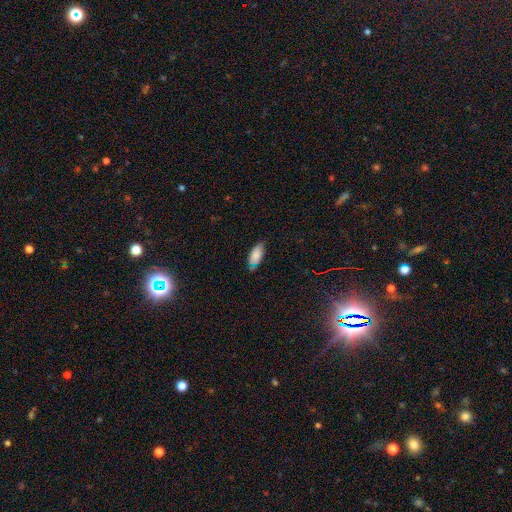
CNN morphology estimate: Smooth or featured?
  - smooth: 83% *
  - featured or disk: 10%
  - star or artifact: 8%
How rounded?
  - in between: 86% *
  - cigar-shaped: 12%
  - round: 2%
Merging?
  - none: 63% *
  - minor disturbance: 27%
  - merger: 5%
  - major disturbance: 5%